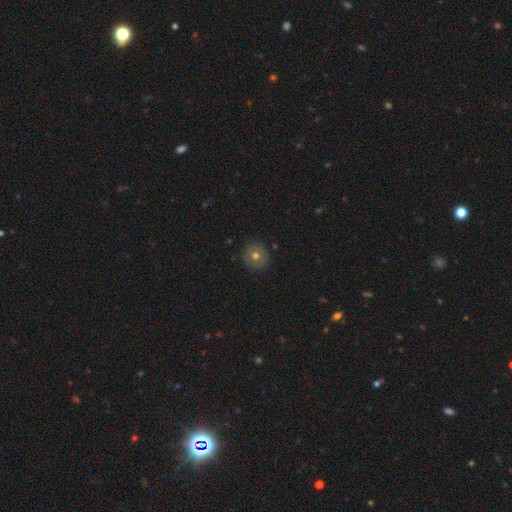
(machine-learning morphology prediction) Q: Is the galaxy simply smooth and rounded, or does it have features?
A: smooth — 63%.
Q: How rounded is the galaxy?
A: round — 93%.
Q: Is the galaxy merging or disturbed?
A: none — 89%.